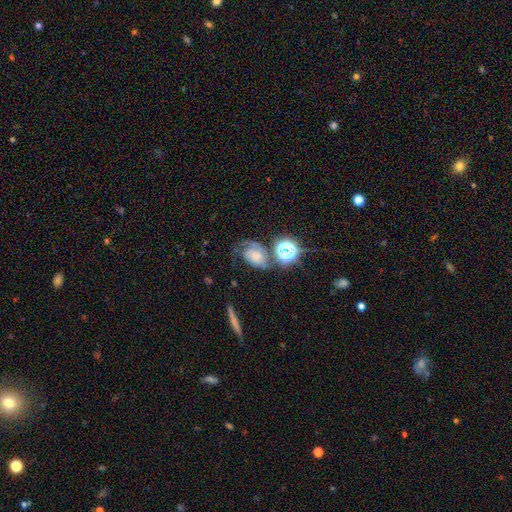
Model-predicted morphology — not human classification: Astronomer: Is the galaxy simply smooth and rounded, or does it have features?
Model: featured or disk — 63%.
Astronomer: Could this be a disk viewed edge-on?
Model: no — 97%.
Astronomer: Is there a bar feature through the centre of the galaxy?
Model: no — 71%.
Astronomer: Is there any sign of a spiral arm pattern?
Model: yes — 92%.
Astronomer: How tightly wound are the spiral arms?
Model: medium — 41% (runner-up: tight, 40%).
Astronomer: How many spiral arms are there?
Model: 2 — 59%.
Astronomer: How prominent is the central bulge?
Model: small — 30% (runner-up: none, 25%).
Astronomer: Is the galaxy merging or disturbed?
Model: none — 45% (runner-up: major disturbance, 22%).